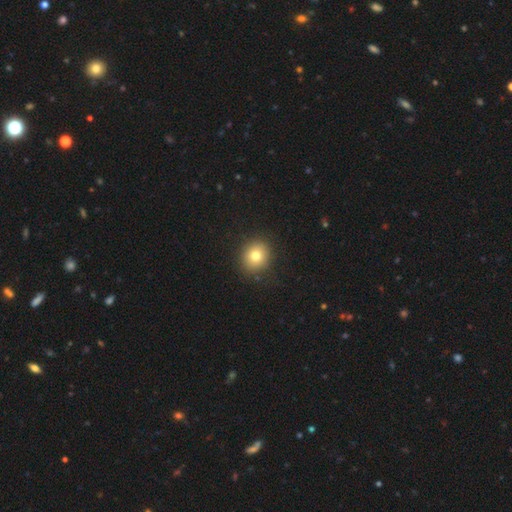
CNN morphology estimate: Smooth or featured? smooth (78%)
How rounded? round (81%)
Merging? none (89%)